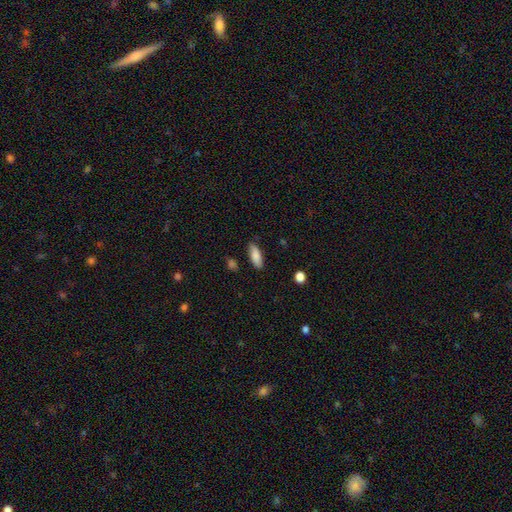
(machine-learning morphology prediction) This is clearly a smooth galaxy (83%). How rounded: likely in between (67%). Merging: clearly none (83%).